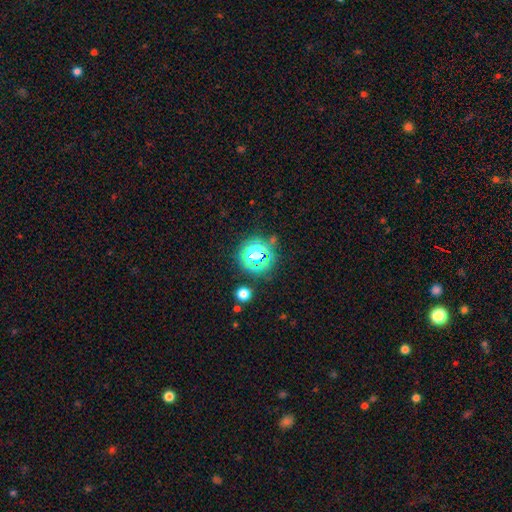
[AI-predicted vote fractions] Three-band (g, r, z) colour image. It shows a star or artifact, not a galaxy (58%).